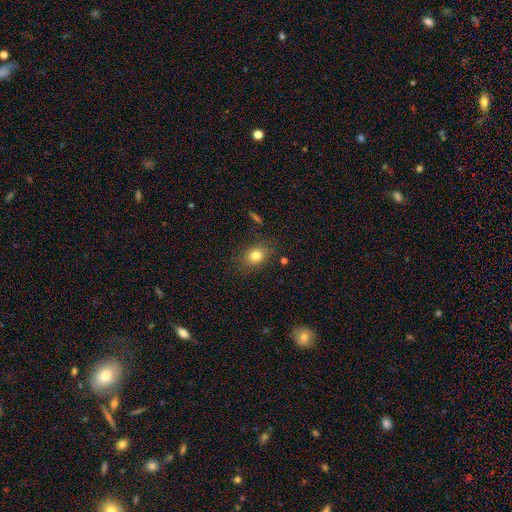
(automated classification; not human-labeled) Smooth or featured?
  - smooth: 80% *
  - star or artifact: 11%
  - featured or disk: 9%
How rounded?
  - in between: 64% *
  - round: 35%
  - cigar-shaped: 2%
Merging?
  - none: 82% *
  - minor disturbance: 12%
  - major disturbance: 4%
  - merger: 2%